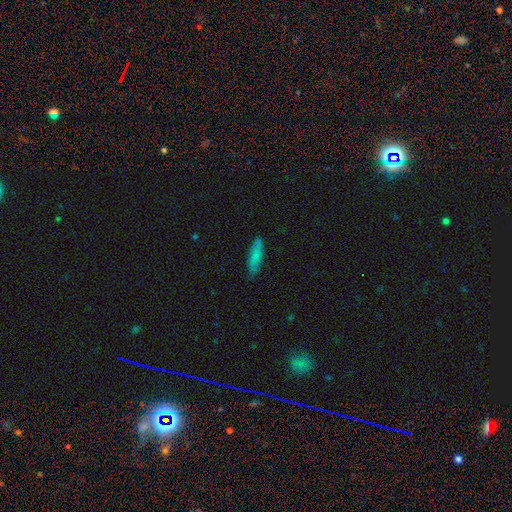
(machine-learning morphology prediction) Smooth or featured: smooth — 78% (featured or disk — 15%)
How rounded: cigar-shaped — 65% (in between — 33%)
Merging: none — 80% (minor disturbance — 16%)